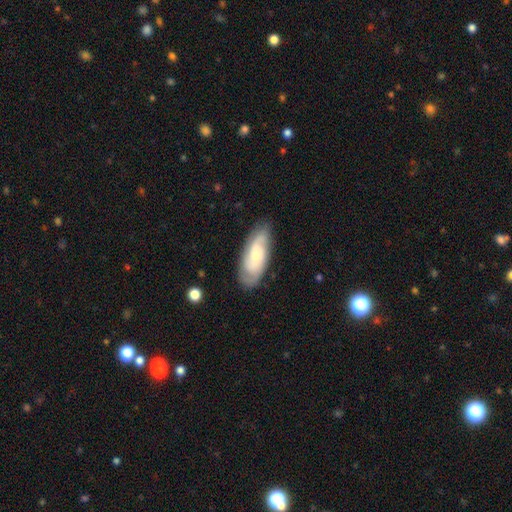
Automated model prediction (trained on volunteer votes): This is likely a featured or disk galaxy (63%). It is clearly not viewed edge-on (91%). Bar: likely no (63%). Spiral arm pattern: clearly yes (92%). Spiral arm count: possibly 2 (46%). Spiral winding: possibly tight (47%). Central bulge: possibly small (56%). Merging: likely none (79%).